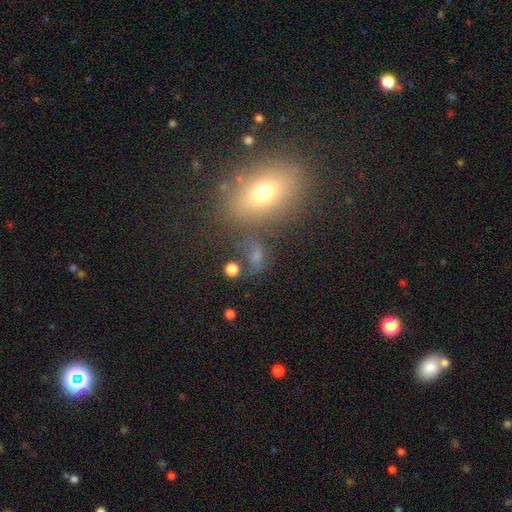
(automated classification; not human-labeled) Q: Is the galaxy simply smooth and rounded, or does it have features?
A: smooth — 57%.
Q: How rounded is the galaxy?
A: in between — 68%.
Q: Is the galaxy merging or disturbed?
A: none — 52%.